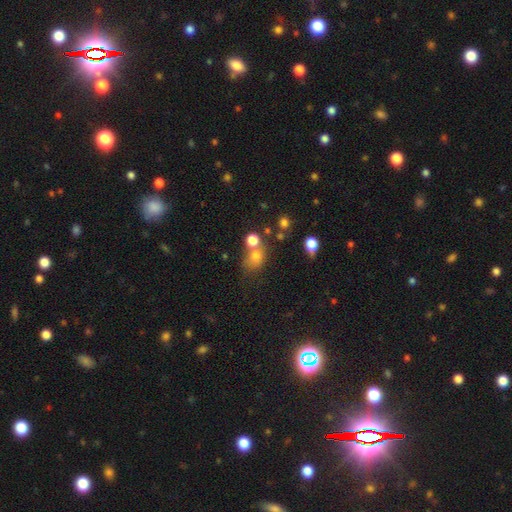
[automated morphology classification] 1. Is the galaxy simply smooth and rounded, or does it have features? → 72% smooth, 16% star or artifact, 11% featured or disk.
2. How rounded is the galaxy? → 65% round, 33% in between, 1% cigar-shaped.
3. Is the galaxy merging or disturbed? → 46% none, 34% merger, 13% minor disturbance, 7% major disturbance.